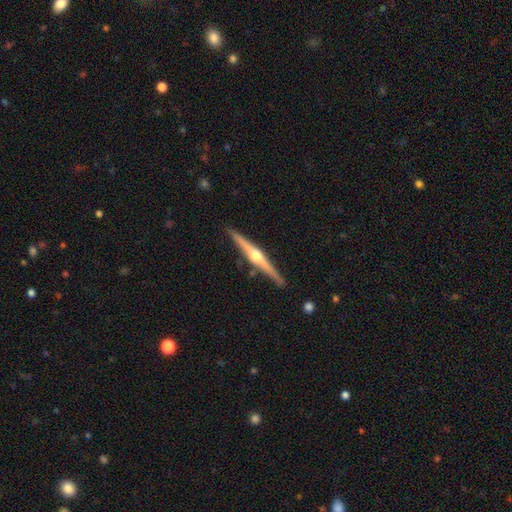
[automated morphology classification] type=featured or disk (80%); edge-on=yes (98%); edge-on bulge=rounded (95%); merging=none (89%).